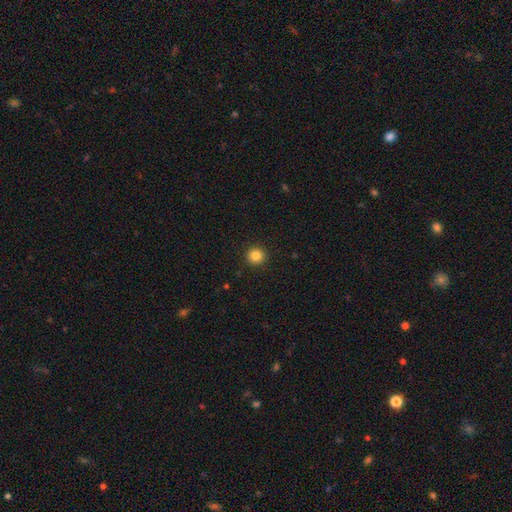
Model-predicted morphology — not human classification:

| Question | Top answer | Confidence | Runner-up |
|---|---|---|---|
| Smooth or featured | smooth | 84% | star or artifact (11%) |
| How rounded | round | 94% | in between (5%) |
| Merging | none | 93% | minor disturbance (5%) |